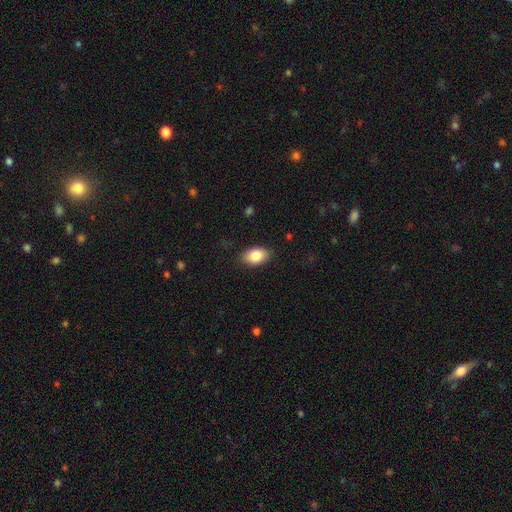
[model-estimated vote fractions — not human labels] This is clearly a smooth galaxy (84%). How rounded: clearly in between (90%). Merging: clearly none (86%).